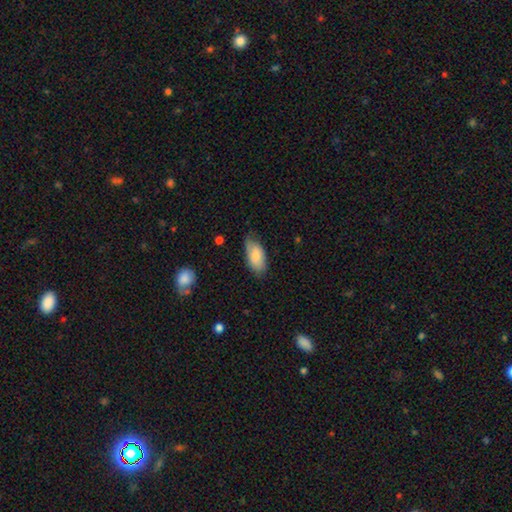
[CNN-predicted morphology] type=smooth (81%); roundness=in between (93%); merging=none (66%).